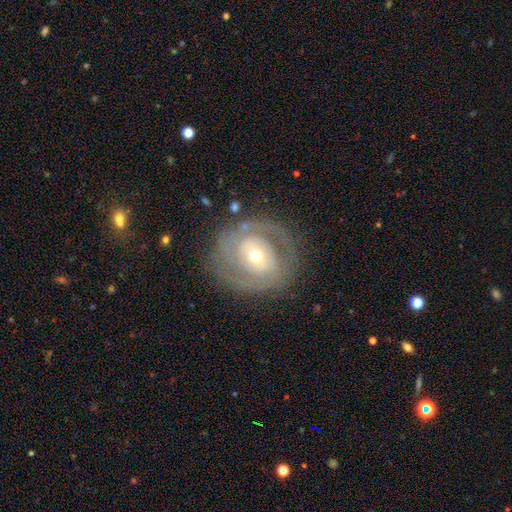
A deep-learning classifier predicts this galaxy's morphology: This is likely a featured or disk galaxy (74%). It is clearly not viewed edge-on (96%). Bar: likely no (62%). Spiral arm pattern: likely yes (65%). Central bulge: possibly moderate (55%). Merging: likely none (75%).